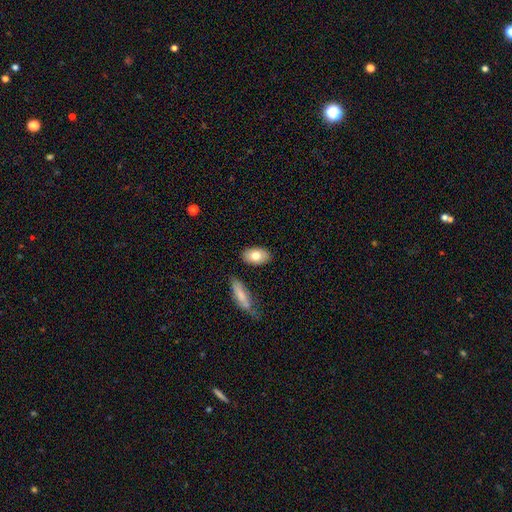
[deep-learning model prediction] The model was most divided on "smooth or featured": smooth: 76%, featured or disk: 17%, star or artifact: 6%. More confident: how rounded — in between (91%); merging — none (82%).